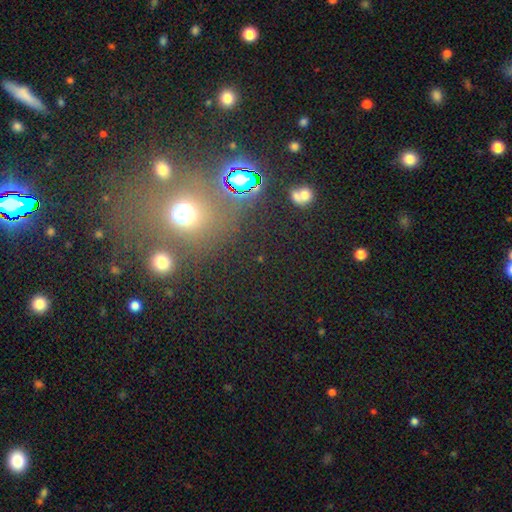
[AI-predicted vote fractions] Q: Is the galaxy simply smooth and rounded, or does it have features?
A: star or artifact — 51%.